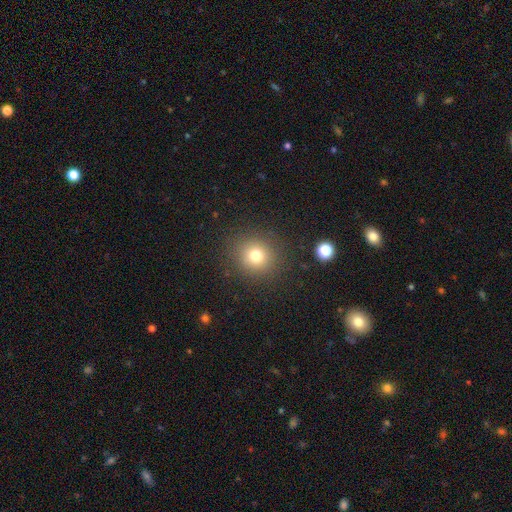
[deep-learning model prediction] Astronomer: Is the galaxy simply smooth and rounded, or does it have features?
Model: smooth — 75%.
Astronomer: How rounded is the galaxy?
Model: round — 90%.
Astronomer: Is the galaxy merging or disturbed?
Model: none — 88%.